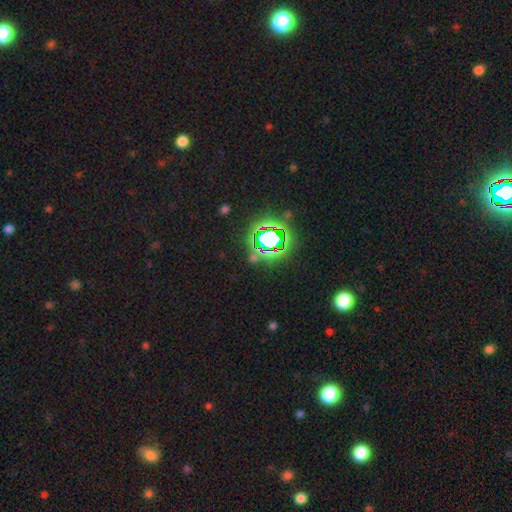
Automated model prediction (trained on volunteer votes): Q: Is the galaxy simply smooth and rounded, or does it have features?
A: star or artifact — 77%.